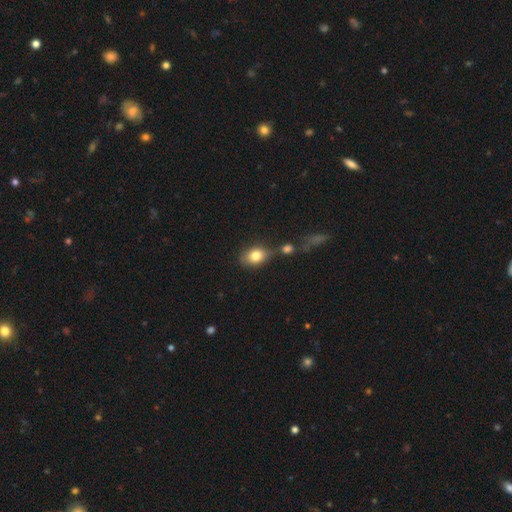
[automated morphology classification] smooth 81%, featured or disk 11%, star or artifact 8%. Down the decision tree: how rounded — in between (74%); merging — none (54%).